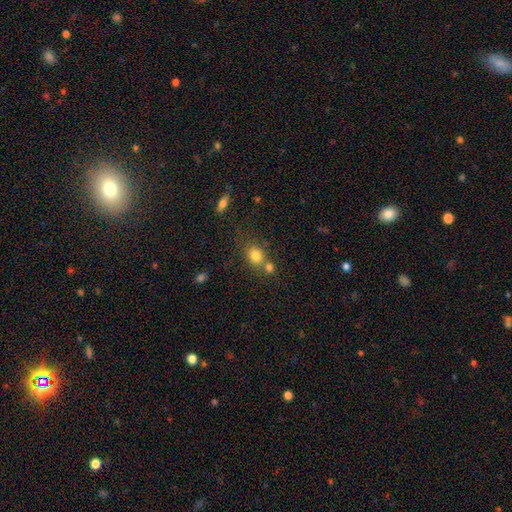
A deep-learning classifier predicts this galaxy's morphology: Smooth or featured? Predicted: smooth (p=0.79). How rounded? Predicted: round (p=0.65). Merging? Predicted: none (p=0.53).